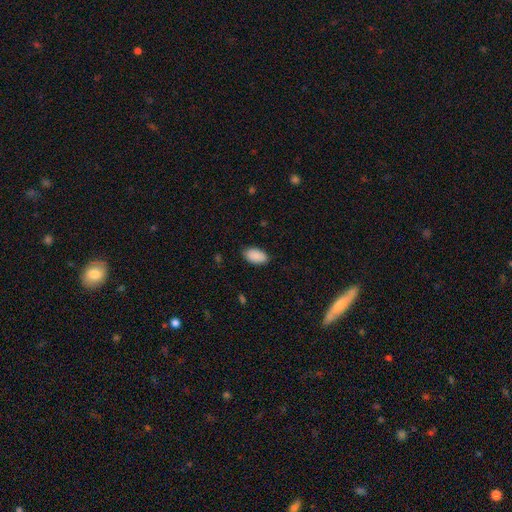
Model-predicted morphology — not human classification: This is clearly a smooth galaxy (90%). How rounded: clearly in between (95%). Merging: clearly none (86%).